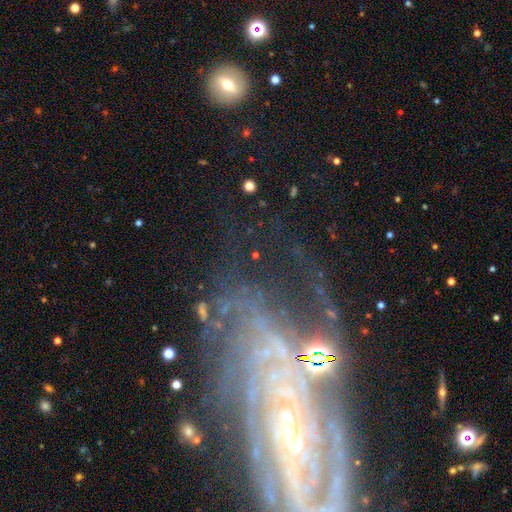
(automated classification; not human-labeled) A featured or disk galaxy (54%) with no bar (55%), spiral arms (64%) and a small central bulge (50%).

Vote fractions:
- Smooth or featured? featured or disk: 54% / star or artifact: 30% / smooth: 15%
- Edge-on disk? no: 92% / yes: 8%
- Bar? no: 55% / weak: 25% / strong: 20%
- Spiral arms? yes: 64% / no: 36%
- Bulge size? small: 50% / none: 26% / moderate: 18% / large: 3% / dominant: 3%
- Merging? none: 55% / major disturbance: 22% / minor disturbance: 16% / merger: 7%